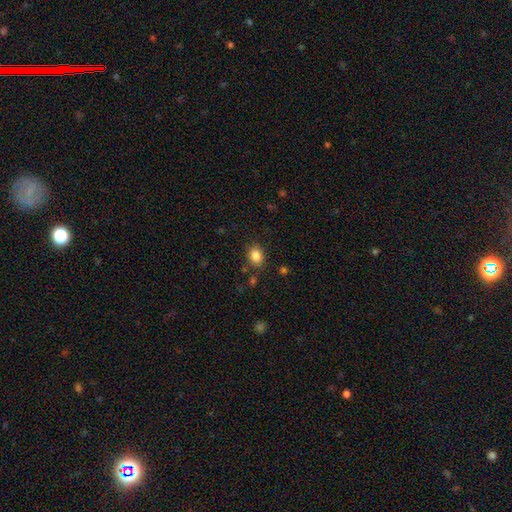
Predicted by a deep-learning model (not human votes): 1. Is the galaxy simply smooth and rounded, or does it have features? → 85% smooth, 10% star or artifact, 5% featured or disk.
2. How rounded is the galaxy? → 62% in between, 37% round, 1% cigar-shaped.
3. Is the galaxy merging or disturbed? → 83% none, 11% minor disturbance, 3% major disturbance, 3% merger.